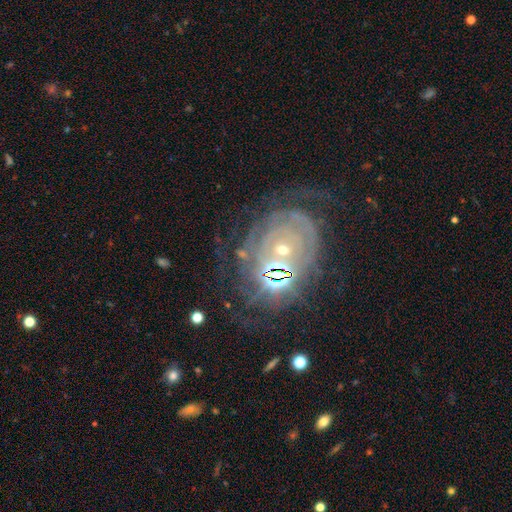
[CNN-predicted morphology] A featured or disk galaxy (79%) with no bar (75%), tight (81%) spiral arms (90%) and a small central bulge (72%).

Vote fractions:
- Smooth or featured? featured or disk: 79% / star or artifact: 13% / smooth: 8%
- Edge-on disk? no: 96% / yes: 4%
- Bar? no: 75% / weak: 16% / strong: 9%
- Spiral arms? yes: 90% / no: 10%
- Spiral winding? tight: 81% / medium: 15% / loose: 4%
- Spiral arm count? can't tell: 40% / 2: 16% / 3: 14% / 4: 12% / more than 4: 11% / 1: 7%
- Bulge size? small: 72% / moderate: 23% / large: 2% / none: 2% / dominant: 1%
- Merging? none: 64% / minor disturbance: 18% / major disturbance: 12% / merger: 6%